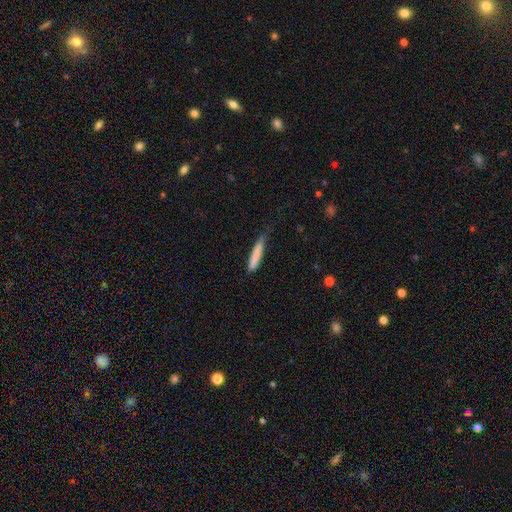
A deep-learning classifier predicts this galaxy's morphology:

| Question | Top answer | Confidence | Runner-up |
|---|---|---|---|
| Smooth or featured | smooth | 81% | featured or disk (13%) |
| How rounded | cigar-shaped | 91% | in between (8%) |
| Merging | none | 50% | minor disturbance (37%) |